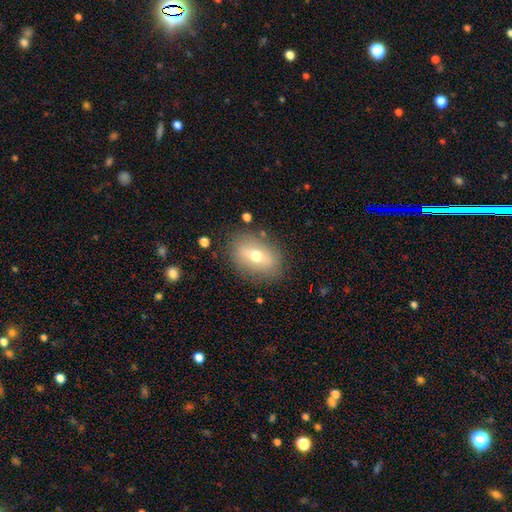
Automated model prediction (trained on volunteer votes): Overall: smooth (58%; featured or disk 33%). How rounded: in between (77%). Merging: none (81%).